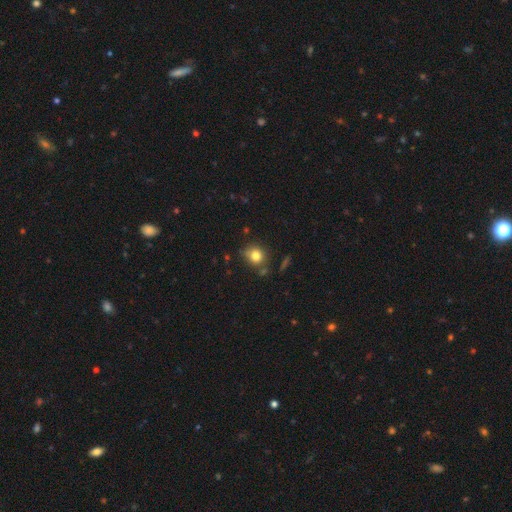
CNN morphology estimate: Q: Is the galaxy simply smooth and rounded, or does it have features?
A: smooth — 80%.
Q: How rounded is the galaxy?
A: round — 81%.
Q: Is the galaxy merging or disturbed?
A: none — 72%.